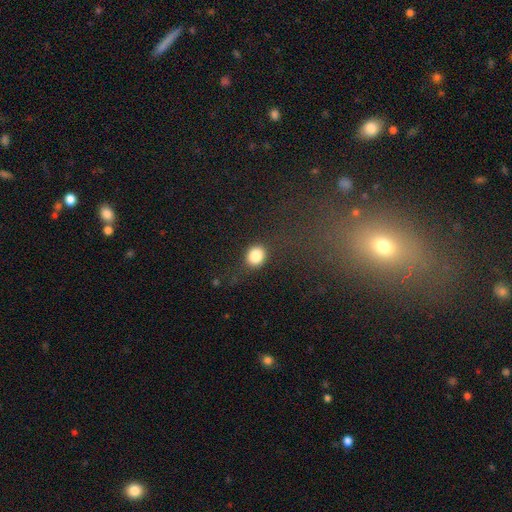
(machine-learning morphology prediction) This appears to be a smooth galaxy with no disk features (85%) that is round (65%). Merging: none (79%).